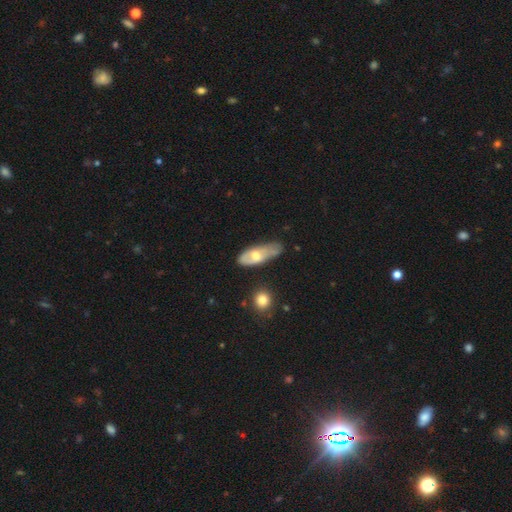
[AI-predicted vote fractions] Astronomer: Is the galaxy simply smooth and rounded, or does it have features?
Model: smooth — 53% (runner-up: featured or disk, 41%).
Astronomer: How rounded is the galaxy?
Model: in between — 71%.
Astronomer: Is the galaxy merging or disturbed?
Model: none — 41% (runner-up: minor disturbance, 38%).